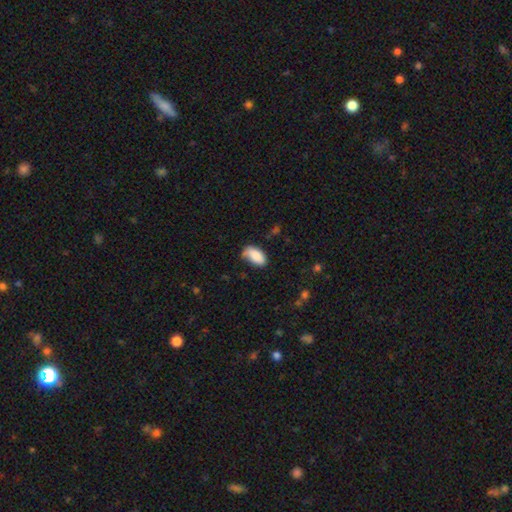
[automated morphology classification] Smooth or featured? smooth (85%)
How rounded? in between (94%)
Merging? none (61%)